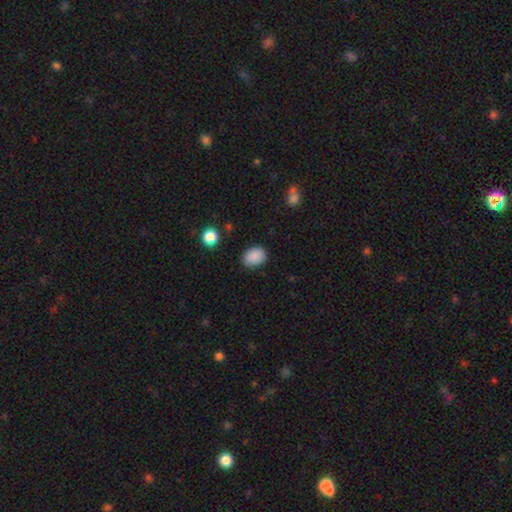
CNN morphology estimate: smooth-or-featured: smooth: 88% | star or artifact: 8% | featured or disk: 3%
  how-rounded: in between: 69% | round: 30% | cigar-shaped: 1%
  merging: none: 83% | minor disturbance: 12% | major disturbance: 3% | merger: 1%